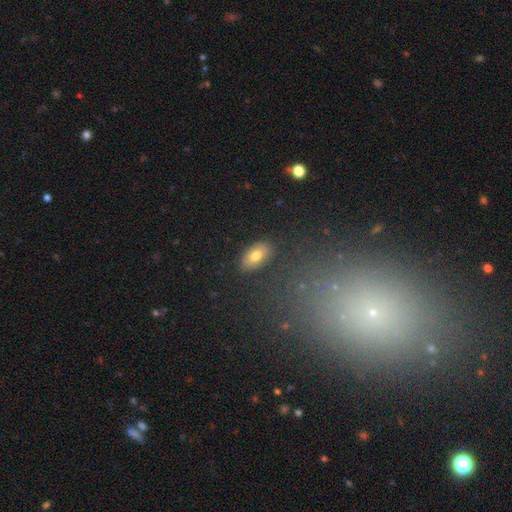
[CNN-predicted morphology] smooth_or_featured: smooth (p=0.73) [alt: featured or disk p=0.17]
how_rounded: in between (p=0.92) [alt: round p=0.05]
merging: none (p=0.86) [alt: minor disturbance p=0.09]